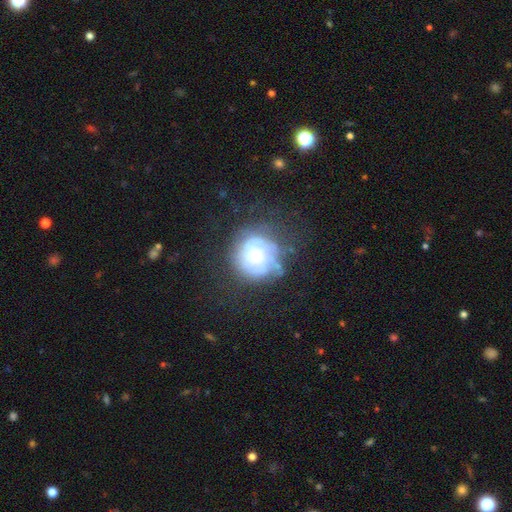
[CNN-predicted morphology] smooth_or_featured: featured or disk (p=0.59) [alt: smooth p=0.32]
disk_edge_on: no (p=0.97) [alt: yes p=0.03]
bar: no (p=0.80) [alt: weak p=0.17]
has_spiral_arms: yes (p=0.59) [alt: no p=0.41]
bulge_size: moderate (p=0.64) [alt: small p=0.17]
merging: none (p=0.53) [alt: minor disturbance p=0.25]